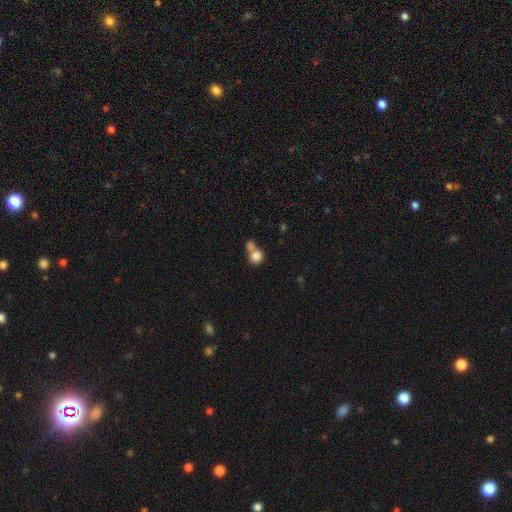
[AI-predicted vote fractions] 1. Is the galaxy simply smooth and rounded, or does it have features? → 82% smooth, 10% star or artifact, 9% featured or disk.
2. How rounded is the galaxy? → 75% round, 23% in between, 1% cigar-shaped.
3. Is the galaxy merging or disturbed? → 54% merger, 34% none, 8% minor disturbance, 5% major disturbance.